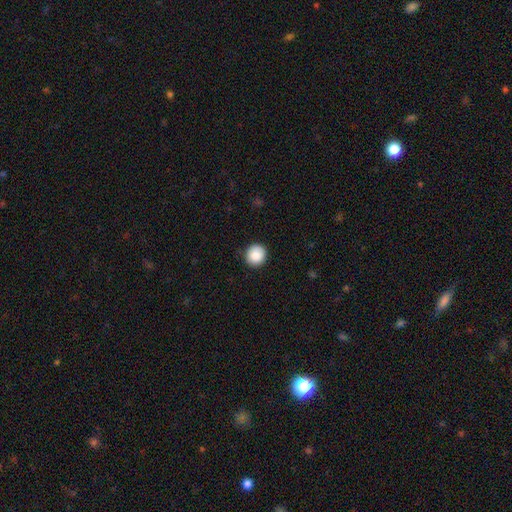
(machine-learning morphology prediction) Smooth or featured?
  - smooth: 88% *
  - star or artifact: 8%
  - featured or disk: 4%
How rounded?
  - round: 91% *
  - in between: 8%
  - cigar-shaped: 1%
Merging?
  - none: 90% *
  - minor disturbance: 7%
  - major disturbance: 2%
  - merger: 1%